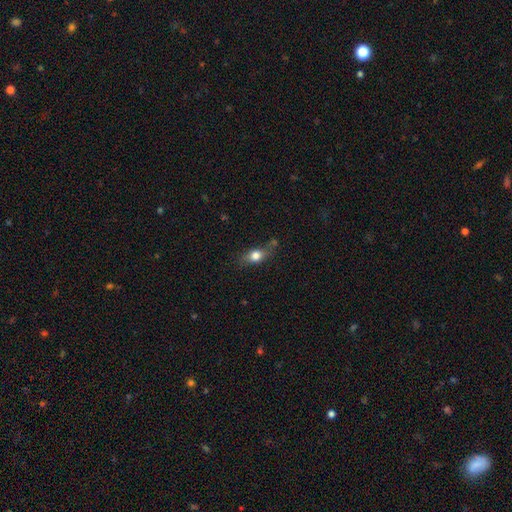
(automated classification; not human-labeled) The model was most divided on "merging": none: 61%, minor disturbance: 24%, major disturbance: 8%, merger: 7%. More confident: smooth or featured — smooth (72%); how rounded — in between (63%).